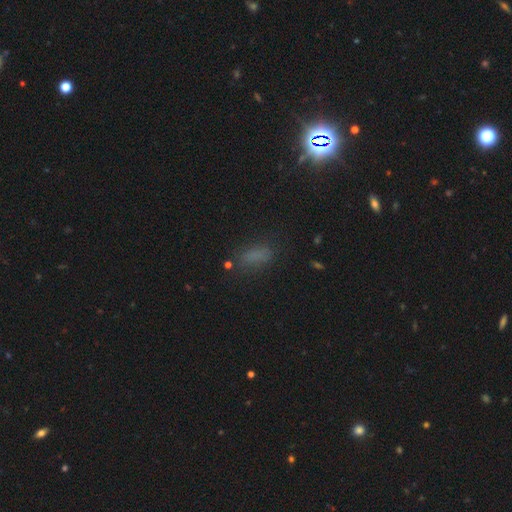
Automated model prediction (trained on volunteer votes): Smooth or featured? Predicted: smooth (p=0.68). How rounded? Predicted: in between (p=0.76). Merging? Predicted: none (p=0.73).